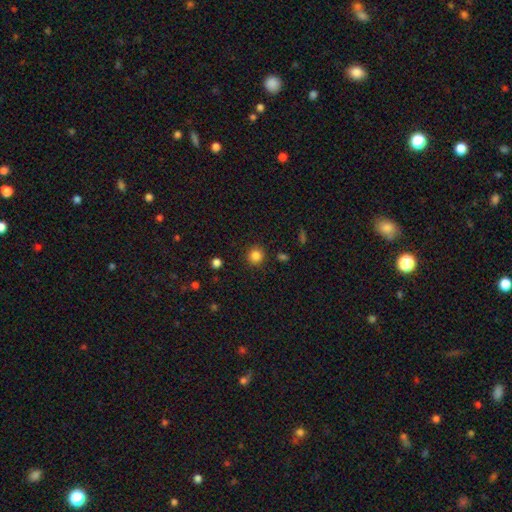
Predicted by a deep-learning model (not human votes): The model was most divided on "smooth or featured": smooth: 84%, star or artifact: 11%, featured or disk: 4%. More confident: how rounded — round (93%); merging — none (89%).